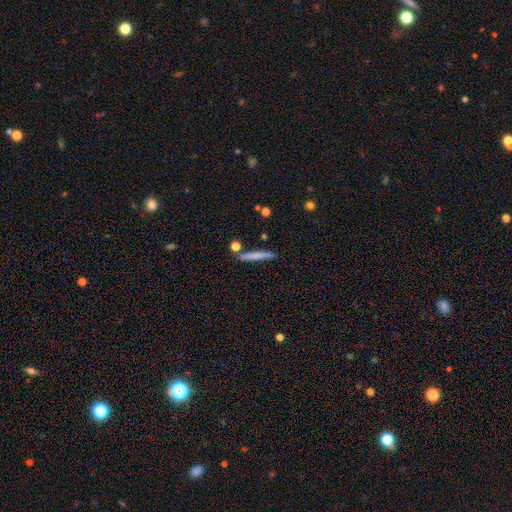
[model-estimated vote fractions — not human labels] This is likely a smooth galaxy (66%). How rounded: clearly cigar-shaped (94%). Merging: likely none (79%).